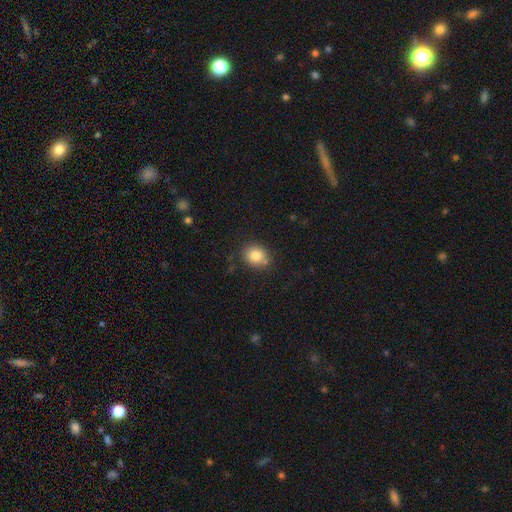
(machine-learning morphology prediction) smooth-or-featured: smooth: 81% | star or artifact: 10% | featured or disk: 9%
  how-rounded: round: 60% | in between: 39% | cigar-shaped: 1%
  merging: none: 77% | minor disturbance: 14% | merger: 5% | major disturbance: 3%